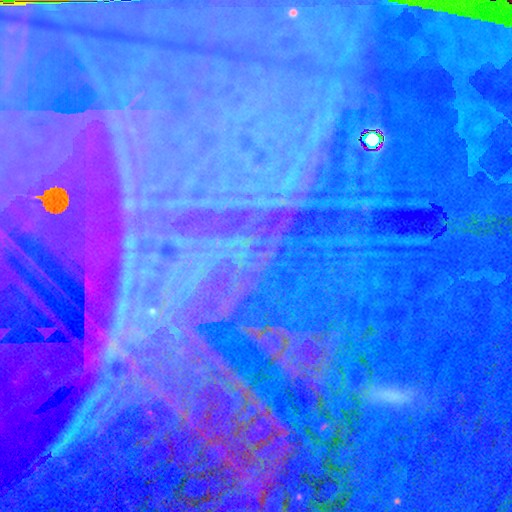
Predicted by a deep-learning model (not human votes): This appears to be a star or artifact, not a galaxy (86%).